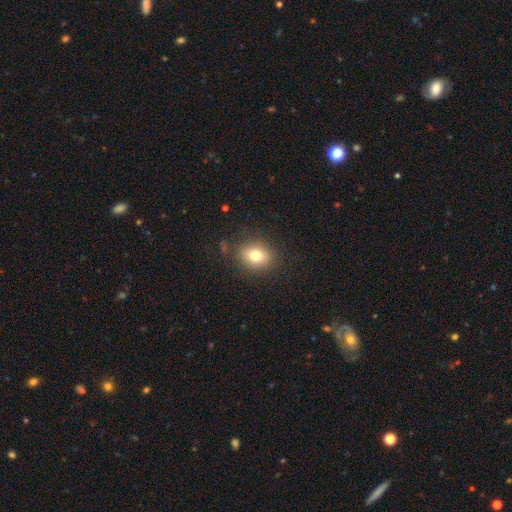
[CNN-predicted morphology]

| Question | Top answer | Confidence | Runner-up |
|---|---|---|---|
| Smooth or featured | smooth | 77% | featured or disk (12%) |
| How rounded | in between | 52% | round (47%) |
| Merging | none | 85% | minor disturbance (10%) |